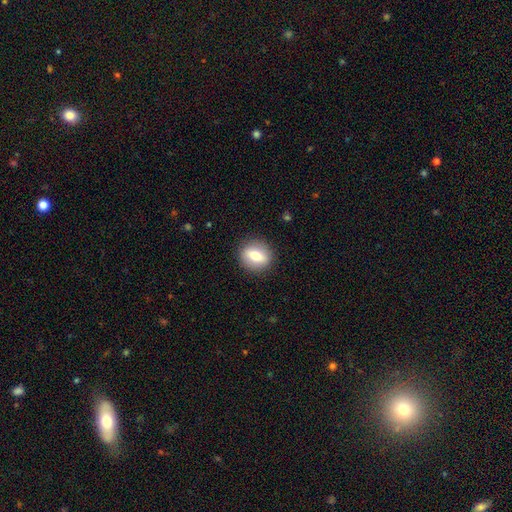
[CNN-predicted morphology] smooth_or_featured: smooth (p=0.67) [alt: featured or disk p=0.25]
how_rounded: round (p=0.74) [alt: in between p=0.24]
merging: none (p=0.89) [alt: minor disturbance p=0.07]